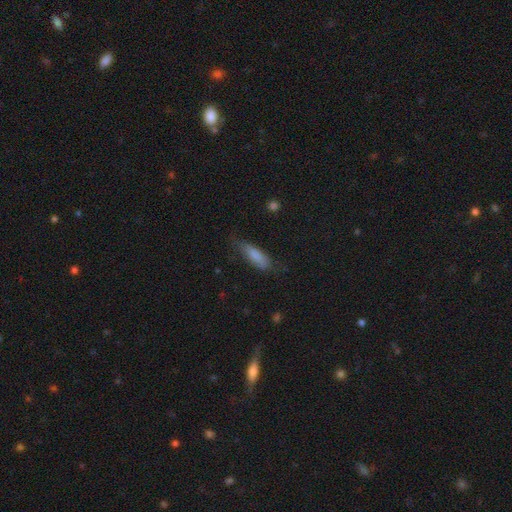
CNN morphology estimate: Smooth or featured?
  - smooth: 80% *
  - featured or disk: 13%
  - star or artifact: 7%
How rounded?
  - in between: 51% *
  - cigar-shaped: 47%
  - round: 2%
Merging?
  - none: 60% *
  - minor disturbance: 29%
  - major disturbance: 9%
  - merger: 2%